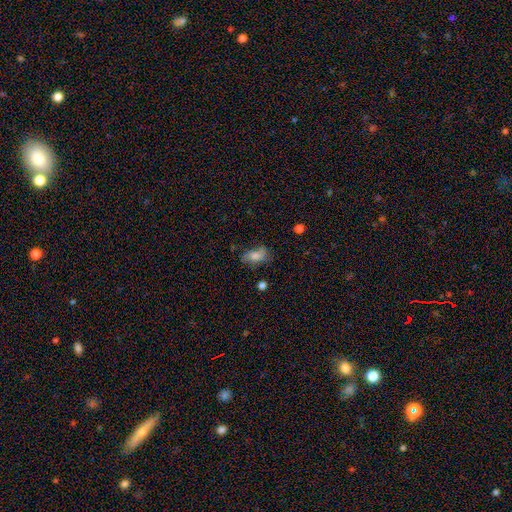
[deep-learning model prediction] Smooth or featured? Predicted: smooth (p=0.66). How rounded? Predicted: in between (p=0.87). Merging? Predicted: none (p=0.57).